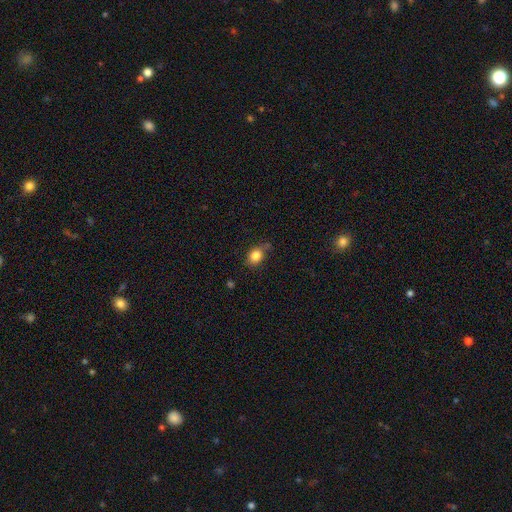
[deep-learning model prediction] Q: Smooth or featured?
A: smooth (83%); runner-up: star or artifact (10%)
Q: How rounded?
A: in between (55%); runner-up: round (44%)
Q: Merging?
A: none (64%); runner-up: minor disturbance (25%)